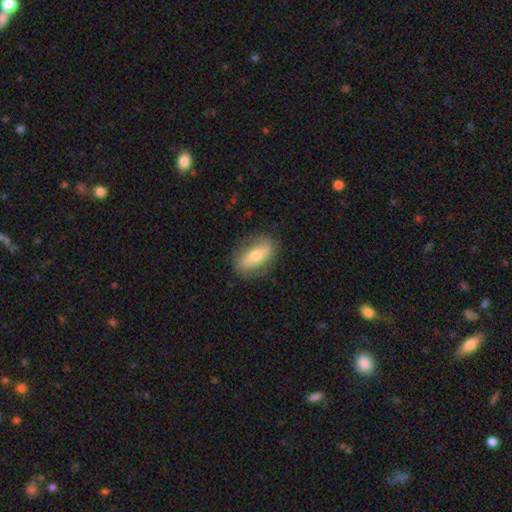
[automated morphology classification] smooth-or-featured: smooth: 51% | featured or disk: 42% | star or artifact: 7%
  how-rounded: in between: 82% | cigar-shaped: 10% | round: 8%
  merging: none: 81% | minor disturbance: 14% | major disturbance: 4% | merger: 1%